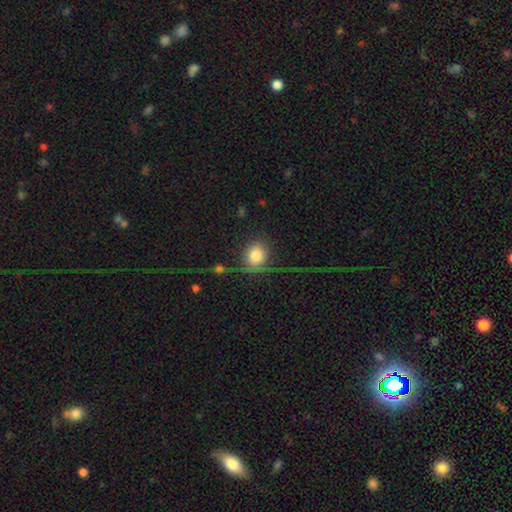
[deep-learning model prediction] A smooth galaxy with no disk features (78%) that is round (70%). Merging: none (53%).